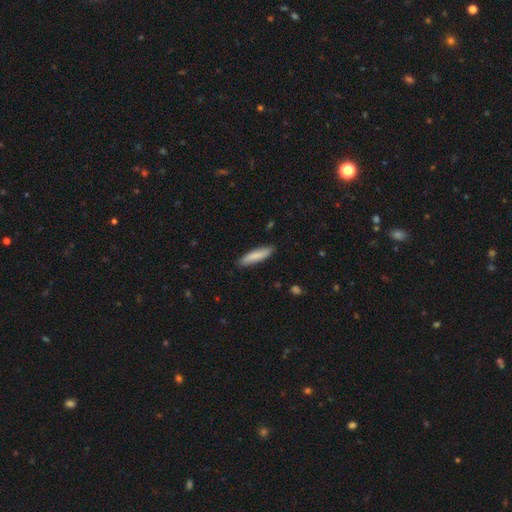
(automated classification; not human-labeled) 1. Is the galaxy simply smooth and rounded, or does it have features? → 84% smooth, 11% featured or disk, 5% star or artifact.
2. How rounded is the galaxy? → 77% cigar-shaped, 22% in between, 1% round.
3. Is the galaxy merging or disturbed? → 88% none, 9% minor disturbance, 2% major disturbance, 1% merger.